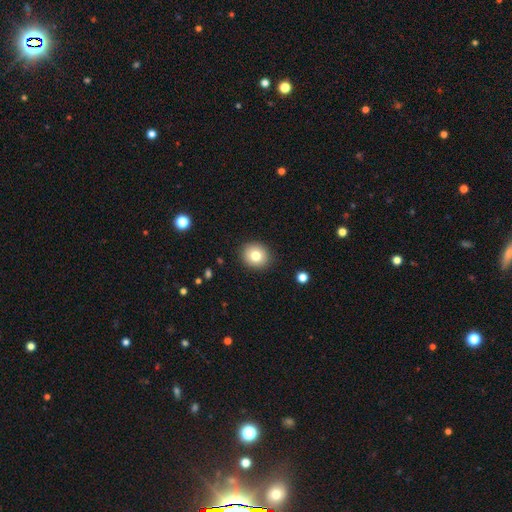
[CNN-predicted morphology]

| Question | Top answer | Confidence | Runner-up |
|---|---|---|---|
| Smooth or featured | smooth | 78% | featured or disk (11%) |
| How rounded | round | 81% | in between (19%) |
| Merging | none | 90% | minor disturbance (6%) |